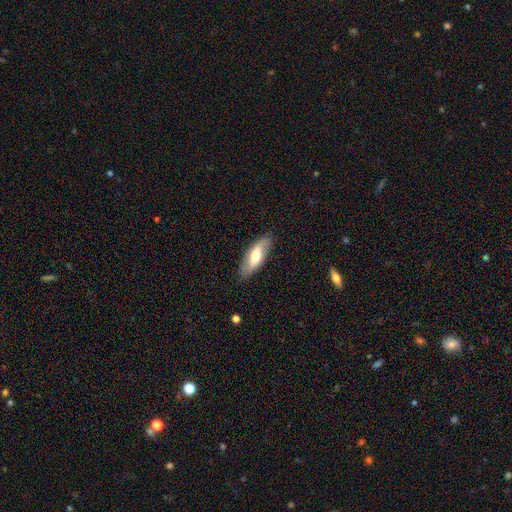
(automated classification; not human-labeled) A smooth galaxy with no disk features (54%) that is in between round and cigar-shaped (69%). Merging: none (84%).